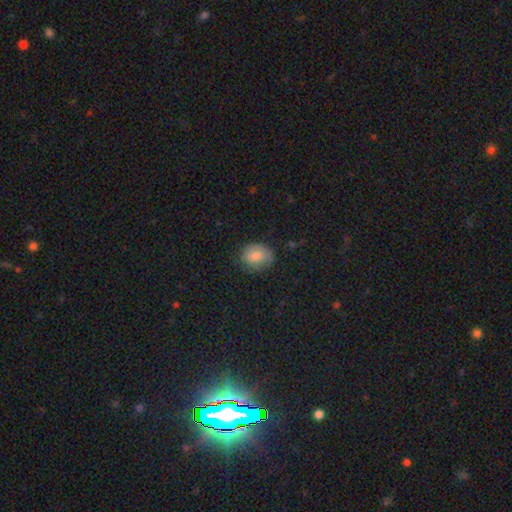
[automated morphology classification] smooth-or-featured: smooth: 81% | featured or disk: 11% | star or artifact: 8%
  how-rounded: in between: 52% | round: 47% | cigar-shaped: 1%
  merging: none: 73% | minor disturbance: 21% | major disturbance: 5% | merger: 1%